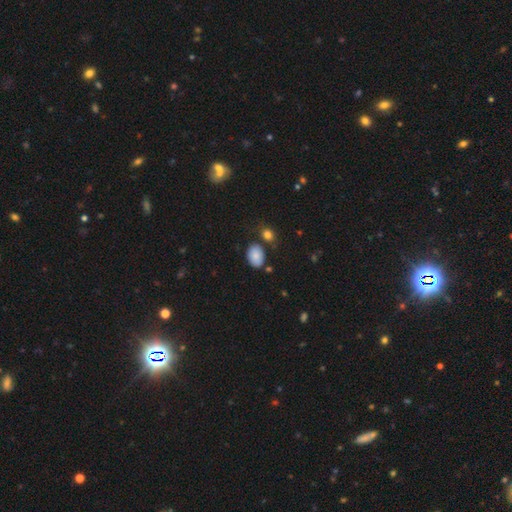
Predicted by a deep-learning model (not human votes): Smooth or featured? smooth (85%)
How rounded? in between (82%)
Merging? none (71%)